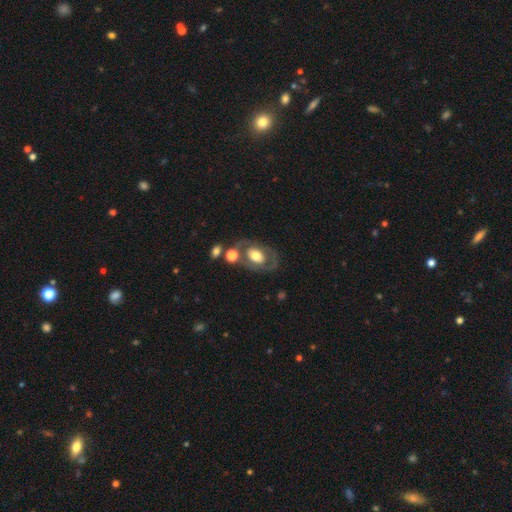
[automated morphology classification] A featured or disk galaxy (51%).

Vote fractions:
- Smooth or featured? featured or disk: 51% / smooth: 42% / star or artifact: 7%
- Edge-on disk? no: 93% / yes: 7%
- Merging? none: 58% / minor disturbance: 17% / merger: 14% / major disturbance: 11%